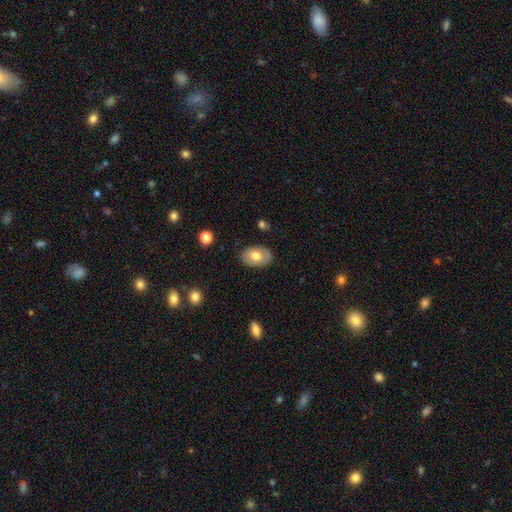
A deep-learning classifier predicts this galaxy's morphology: This is likely a smooth galaxy (67%). How rounded: clearly in between (85%). Merging: clearly none (85%).